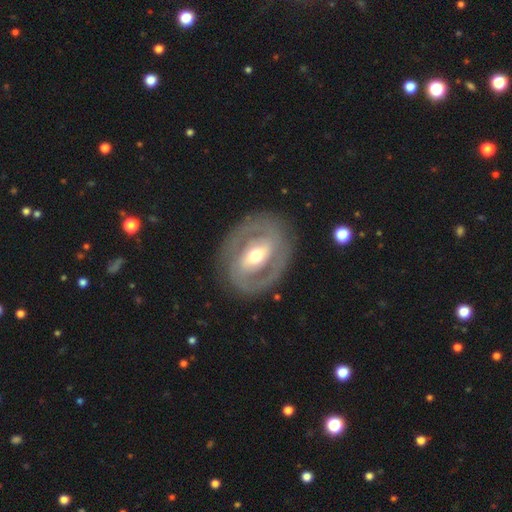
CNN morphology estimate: A featured or disk galaxy (82%) with a strong bar (48%), 2 (81%) tight (55%) spiral arms (78%) and a moderate central bulge (67%). Merging: none (83%).